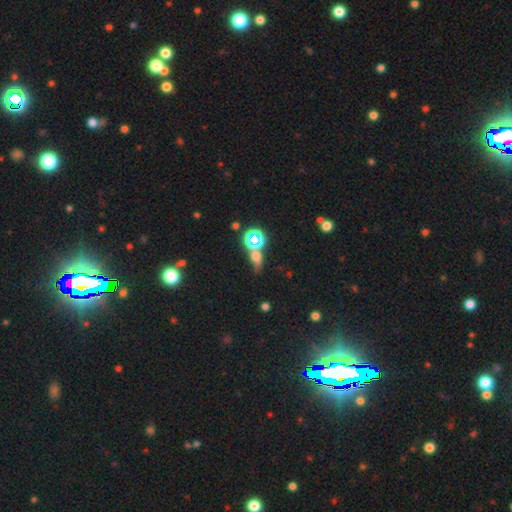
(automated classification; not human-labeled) smooth_or_featured: smooth (p=0.44) [alt: star or artifact p=0.41]
merging: none (p=0.55) [alt: merger p=0.20]